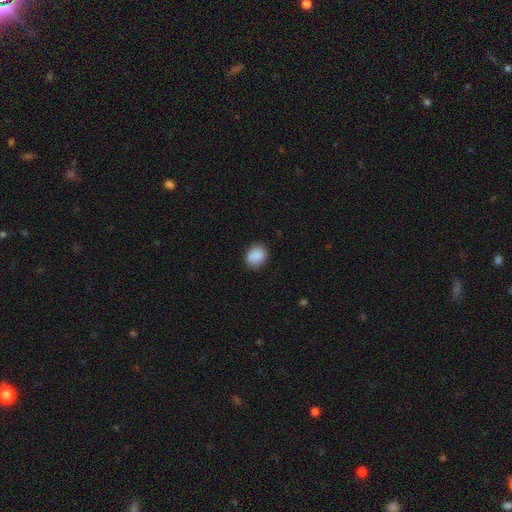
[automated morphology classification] A smooth galaxy with no disk features (89%) that is round (53%). Merging: none (85%).